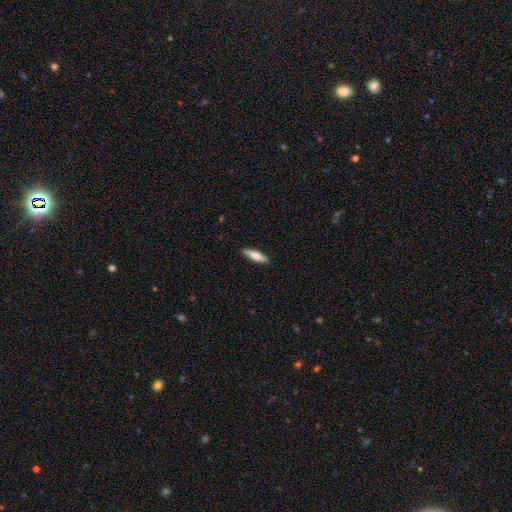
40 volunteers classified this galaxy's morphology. smooth 75%, featured or disk 25%, star or artifact 0%. Down the decision tree: how rounded — in between (50%); merging — none (100%).